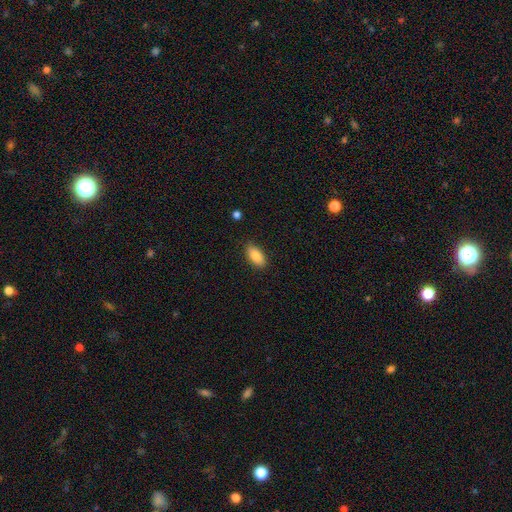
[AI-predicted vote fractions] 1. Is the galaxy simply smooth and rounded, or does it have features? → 85% smooth, 8% featured or disk, 7% star or artifact.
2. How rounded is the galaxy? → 89% in between, 8% cigar-shaped, 3% round.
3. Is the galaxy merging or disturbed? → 86% none, 10% minor disturbance, 2% major disturbance, 1% merger.